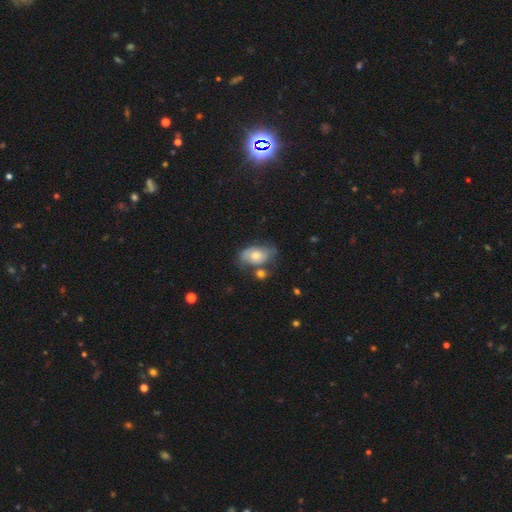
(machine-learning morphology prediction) Smooth or featured: smooth — 65% (featured or disk — 28%)
How rounded: in between — 89% (round — 9%)
Merging: none — 49% (minor disturbance — 26%)